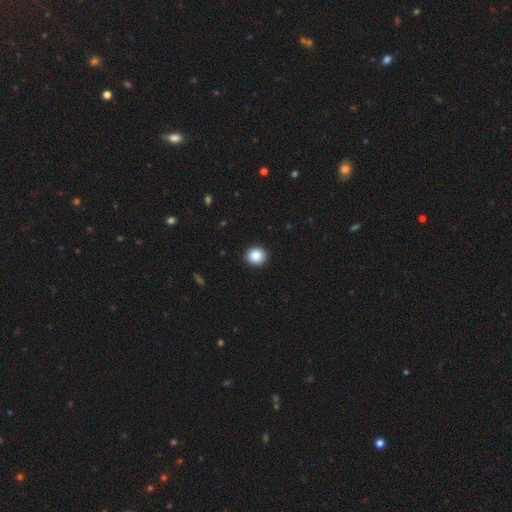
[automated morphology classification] A smooth galaxy with no disk features (87%) that is round (89%). Merging: none (92%).